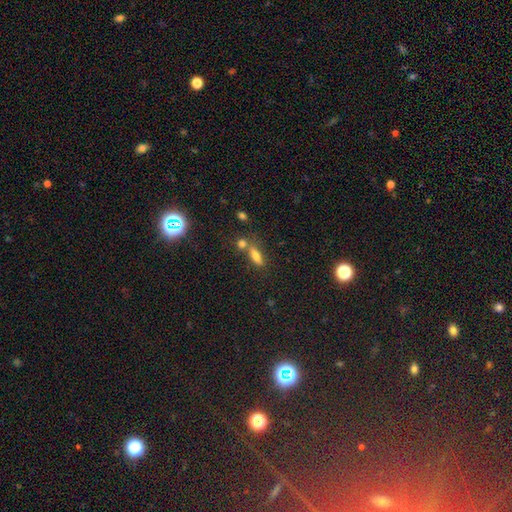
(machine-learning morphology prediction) This appears to be a smooth galaxy with no disk features (70%) that is in between round and cigar-shaped (58%). Merging: none (54%).